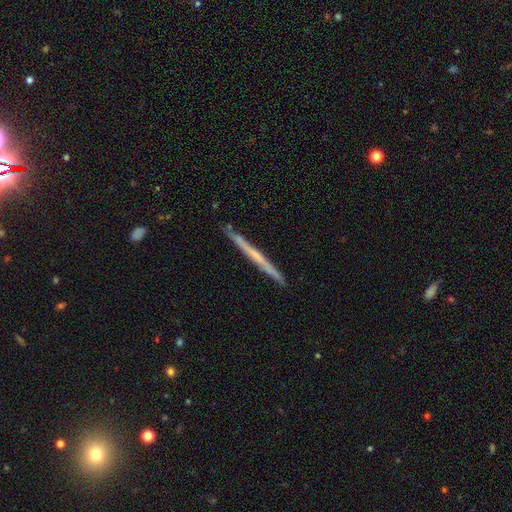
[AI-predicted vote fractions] A featured or disk galaxy (60%) viewed edge-on (98%) with no central bulge (81%).

Vote fractions:
- Smooth or featured? featured or disk: 60% / smooth: 34% / star or artifact: 6%
- Edge-on disk? yes: 98% / no: 2%
- Edge-on bulge? none: 81% / rounded: 14% / boxy: 5%
- Merging? none: 90% / minor disturbance: 7% / merger: 1% / major disturbance: 1%